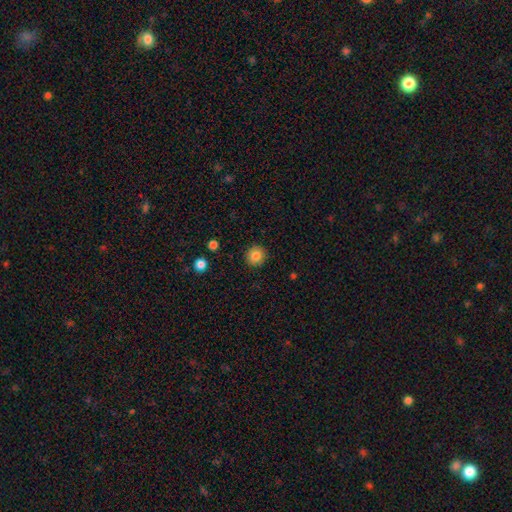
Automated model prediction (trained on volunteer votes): This appears to be a smooth galaxy with no disk features (83%) that is round (93%). Merging: none (91%).